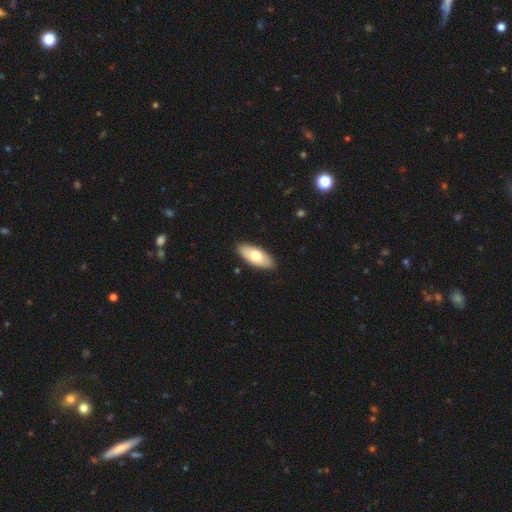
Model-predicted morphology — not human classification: A smooth galaxy with no disk features (69%) that is in between round and cigar-shaped (87%). Merging: none (89%).